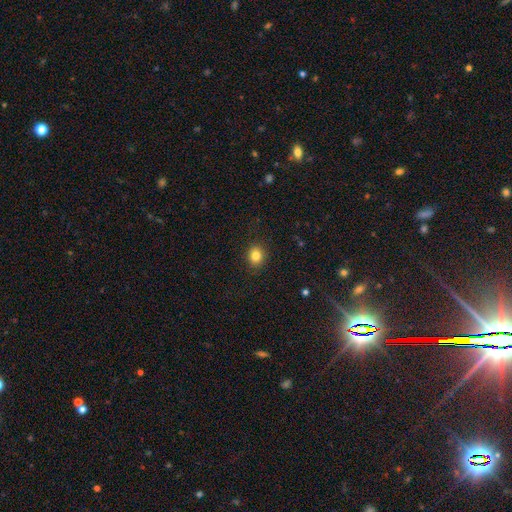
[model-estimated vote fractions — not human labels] Overall: smooth (83%). How rounded: round (71%). Merging: none (89%).